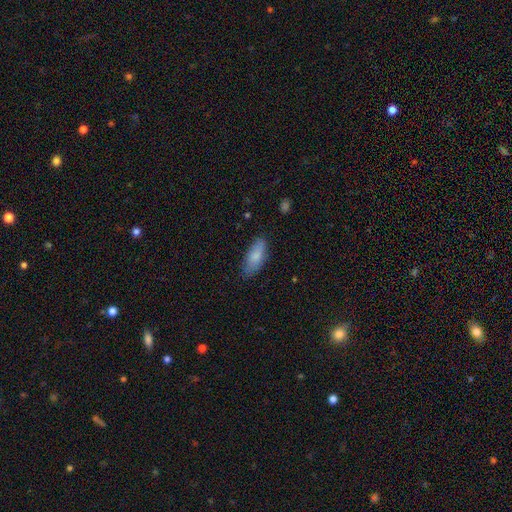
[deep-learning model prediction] Smooth or featured? Predicted: smooth (p=0.81). How rounded? Predicted: in between (p=0.77). Merging? Predicted: none (p=0.76).